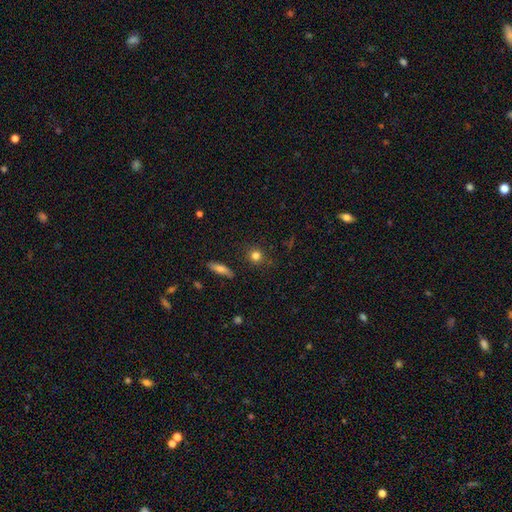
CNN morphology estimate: Overall: smooth (81%). How rounded: round (86%). Merging: none (83%).